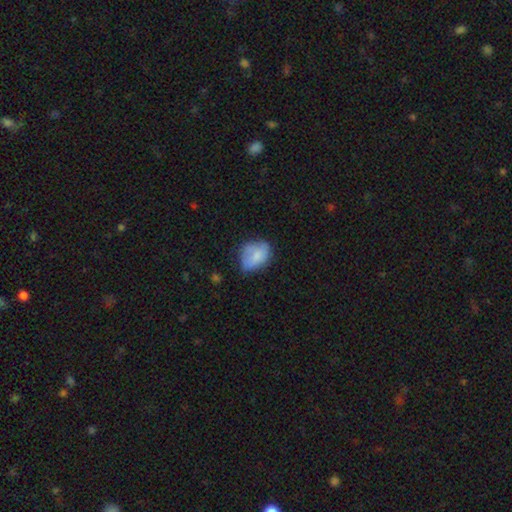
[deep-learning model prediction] Q: Smooth or featured?
A: smooth (73%); runner-up: featured or disk (19%)
Q: How rounded?
A: in between (67%); runner-up: round (32%)
Q: Merging?
A: none (45%); runner-up: minor disturbance (38%)